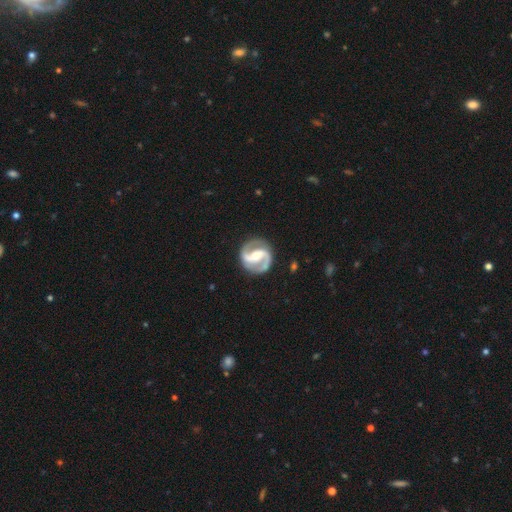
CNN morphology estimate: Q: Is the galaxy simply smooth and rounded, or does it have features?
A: featured or disk — 92%.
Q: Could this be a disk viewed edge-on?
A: no — 98%.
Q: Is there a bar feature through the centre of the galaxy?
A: strong — 54%.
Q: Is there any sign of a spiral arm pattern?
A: yes — 98%.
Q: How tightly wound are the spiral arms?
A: medium — 57%.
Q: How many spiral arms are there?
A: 2 — 94%.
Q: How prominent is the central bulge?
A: moderate — 63%.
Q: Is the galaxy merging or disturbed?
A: none — 88%.